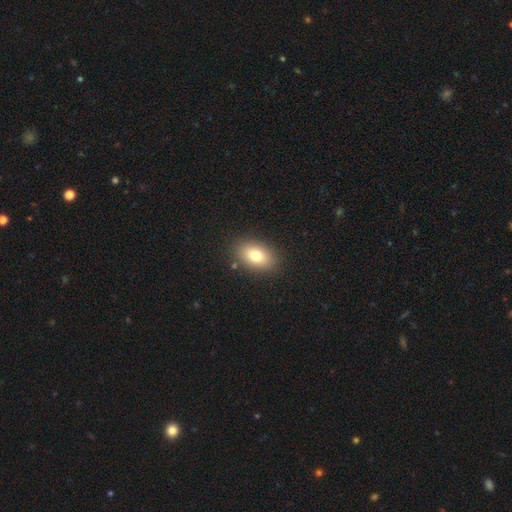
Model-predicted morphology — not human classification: Smooth or featured? smooth (78%)
How rounded? in between (85%)
Merging? none (86%)